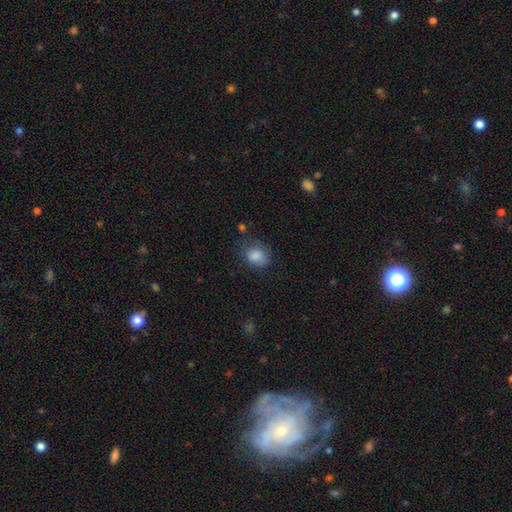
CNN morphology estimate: smooth 85%, star or artifact 9%, featured or disk 6%. Down the decision tree: how rounded — round (53%); merging — none (65%).